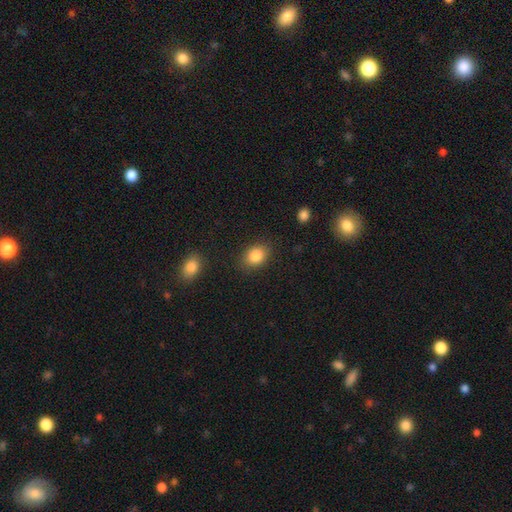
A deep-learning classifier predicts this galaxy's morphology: This appears to be a smooth galaxy with no disk features (85%) that is in between round and cigar-shaped (67%). Merging: none (85%).